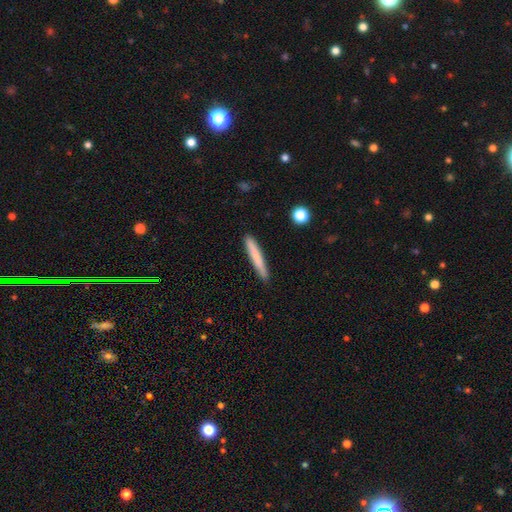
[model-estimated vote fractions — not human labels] A smooth galaxy with no disk features (74%) that is cigar-shaped (96%).

Vote fractions:
- Smooth or featured? smooth: 74% / featured or disk: 20% / star or artifact: 6%
- How rounded? cigar-shaped: 96% / in between: 3% / round: 1%
- Merging? none: 90% / minor disturbance: 8% / major disturbance: 1% / merger: 1%